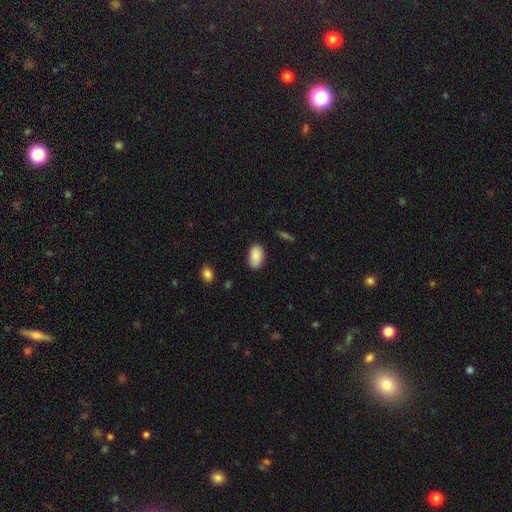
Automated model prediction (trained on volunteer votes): A smooth galaxy with no disk features (89%) that is in between round and cigar-shaped (93%).

Vote fractions:
- Smooth or featured? smooth: 89% / star or artifact: 6% / featured or disk: 5%
- How rounded? in between: 93% / round: 5% / cigar-shaped: 1%
- Merging? none: 85% / minor disturbance: 11% / major disturbance: 2% / merger: 1%